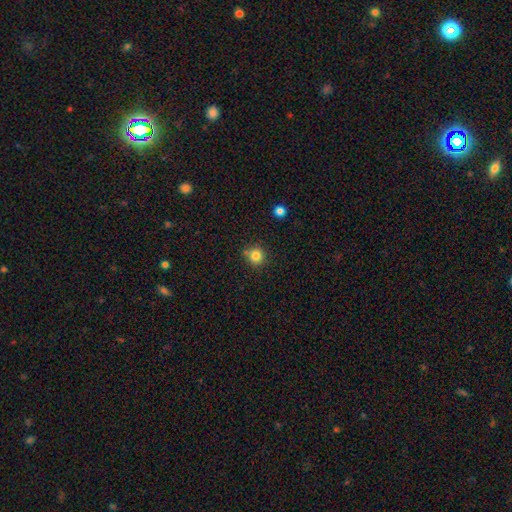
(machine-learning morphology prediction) Overall: smooth (83%). How rounded: round (92%). Merging: none (80%).